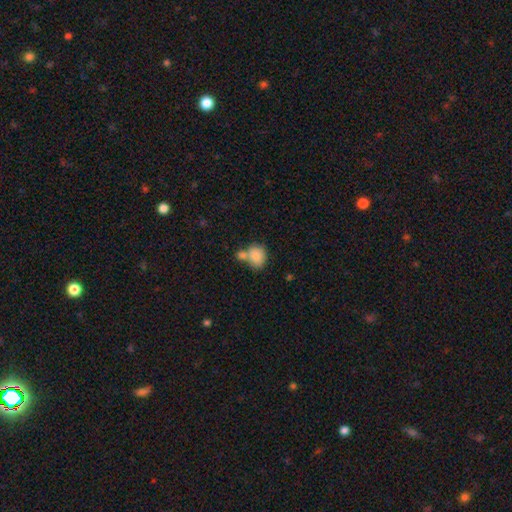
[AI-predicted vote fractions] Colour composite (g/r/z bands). It shows a smooth galaxy with no disk features (84%) that is round (55%). Merging: merger (43%).